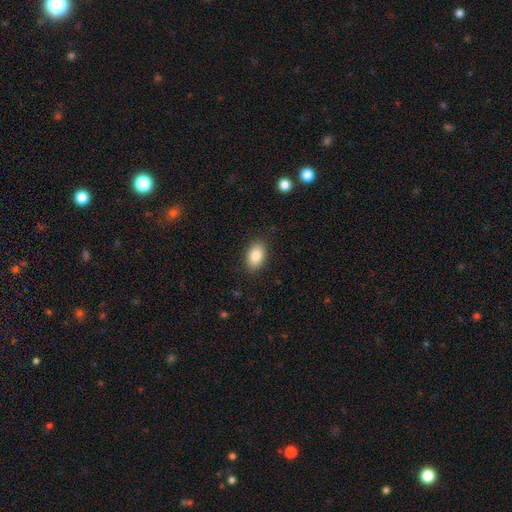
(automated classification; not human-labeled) Smooth or featured? Predicted: smooth (p=0.85). How rounded? Predicted: in between (p=0.89). Merging? Predicted: none (p=0.87).